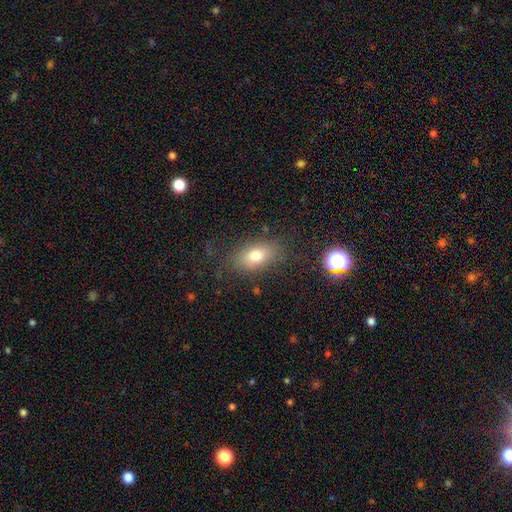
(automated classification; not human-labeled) A smooth galaxy with no disk features (75%) that is in between round and cigar-shaped (83%). Merging: none (80%).